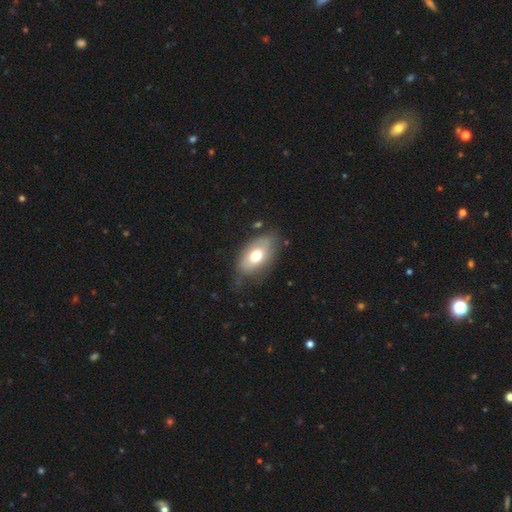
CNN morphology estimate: Smooth or featured: smooth — 62% (featured or disk — 31%)
How rounded: in between — 91% (round — 7%)
Merging: none — 61% (minor disturbance — 27%)